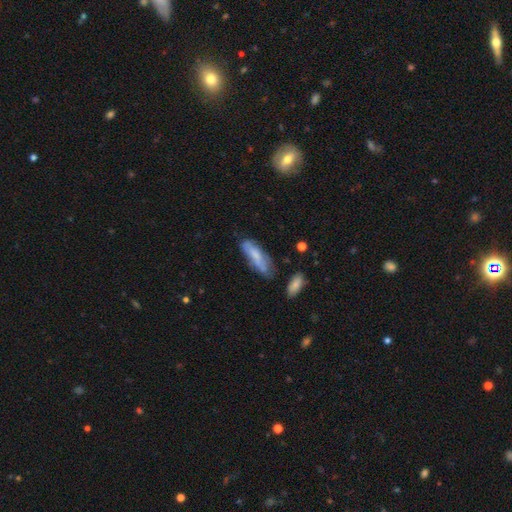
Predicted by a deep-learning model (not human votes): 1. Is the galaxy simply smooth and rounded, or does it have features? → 62% smooth, 31% featured or disk, 8% star or artifact.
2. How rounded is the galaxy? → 50% in between, 48% cigar-shaped, 2% round.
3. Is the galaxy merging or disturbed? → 54% none, 28% minor disturbance, 11% major disturbance, 7% merger.